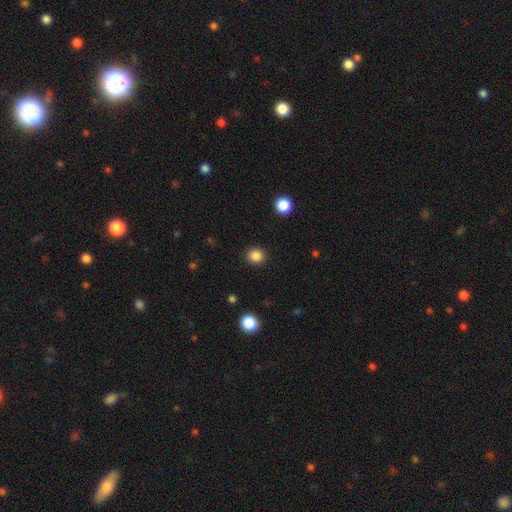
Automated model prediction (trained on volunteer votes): Overall: smooth (86%). How rounded: round (81%). Merging: none (90%).